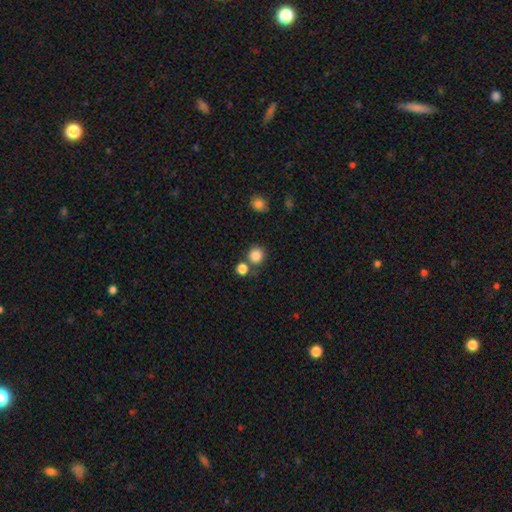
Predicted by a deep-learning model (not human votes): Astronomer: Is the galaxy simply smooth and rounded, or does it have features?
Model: smooth — 84%.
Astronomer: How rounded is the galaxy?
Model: round — 91%.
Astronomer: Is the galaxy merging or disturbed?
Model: none — 72%.